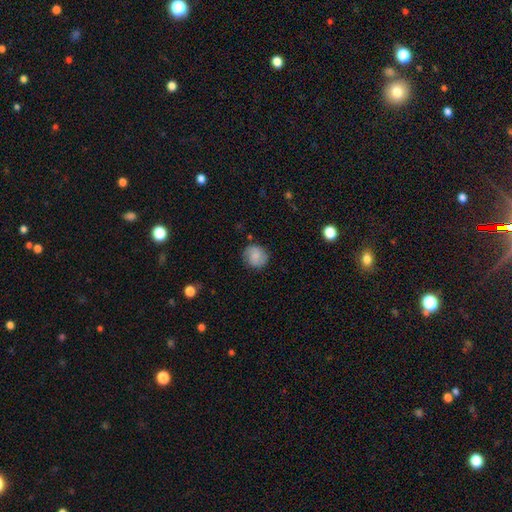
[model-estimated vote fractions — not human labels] A smooth galaxy with no disk features (71%) that is round (85%). Merging: none (79%).